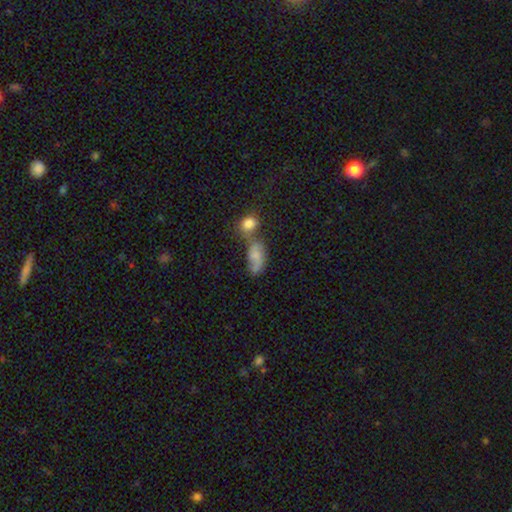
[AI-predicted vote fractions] This is likely a smooth galaxy (61%). How rounded: clearly in between (83%). Merging: marginally merger (40%).